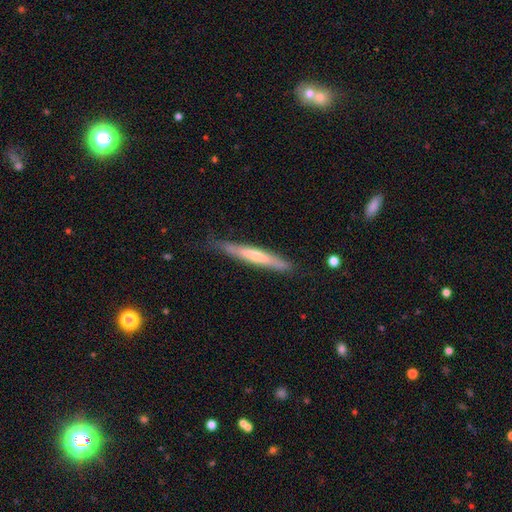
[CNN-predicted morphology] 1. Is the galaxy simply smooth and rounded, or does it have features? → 48% smooth, 46% featured or disk, 6% star or artifact.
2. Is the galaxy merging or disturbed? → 75% none, 19% minor disturbance, 4% major disturbance, 2% merger.